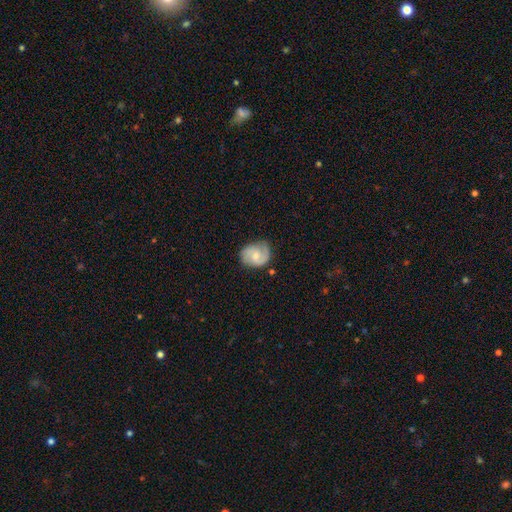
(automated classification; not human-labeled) Smooth or featured? featured or disk (64%)
Edge-on disk? no (98%)
Bar? no (53%)
Spiral arms? yes (92%)
Spiral winding? medium (47%)
Spiral arm count? 2 (81%)
Bulge size? moderate (50%)
Merging? none (71%)